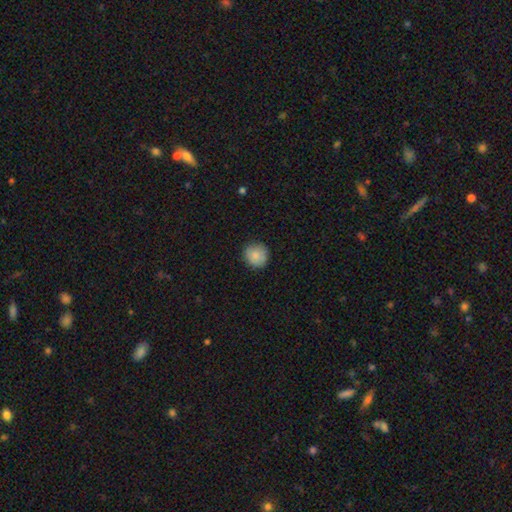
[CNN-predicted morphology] This is clearly a smooth galaxy (83%). How rounded: clearly round (92%). Merging: clearly none (87%).